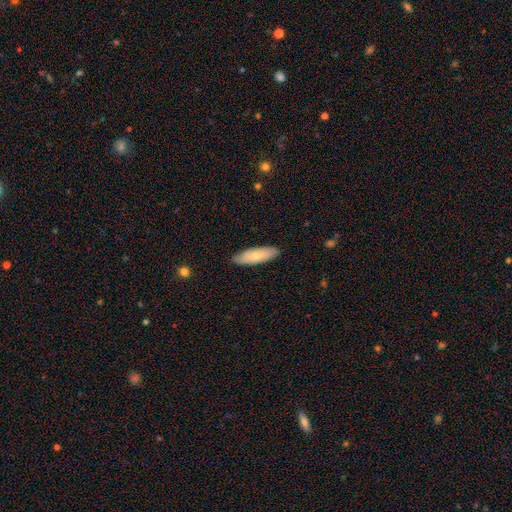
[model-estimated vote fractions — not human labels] smooth 71%, featured or disk 24%, star or artifact 5%. Down the decision tree: how rounded — in between (51%); merging — none (86%).